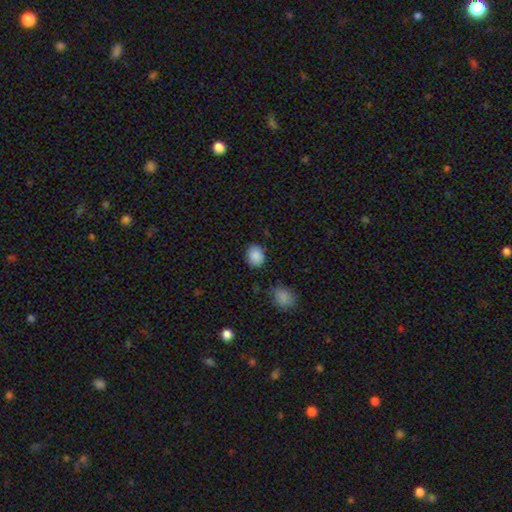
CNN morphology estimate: This is clearly a smooth galaxy (89%). How rounded: possibly round (53%). Merging: clearly none (83%).